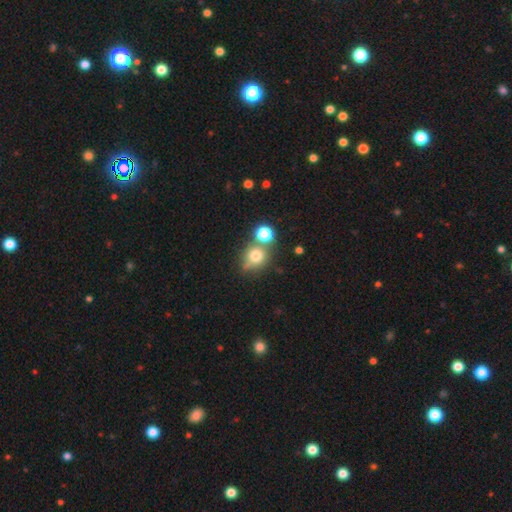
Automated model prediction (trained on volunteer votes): Q: Smooth or featured?
A: smooth (73%); runner-up: star or artifact (15%)
Q: How rounded?
A: round (79%); runner-up: in between (20%)
Q: Merging?
A: none (54%); runner-up: merger (27%)